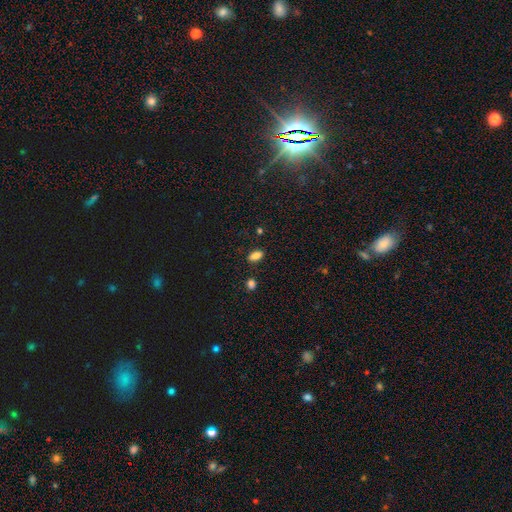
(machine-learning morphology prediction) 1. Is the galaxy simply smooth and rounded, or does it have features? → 82% smooth, 11% star or artifact, 8% featured or disk.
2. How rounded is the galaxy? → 86% in between, 8% cigar-shaped, 6% round.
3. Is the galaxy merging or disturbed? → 84% none, 10% minor disturbance, 3% merger, 3% major disturbance.